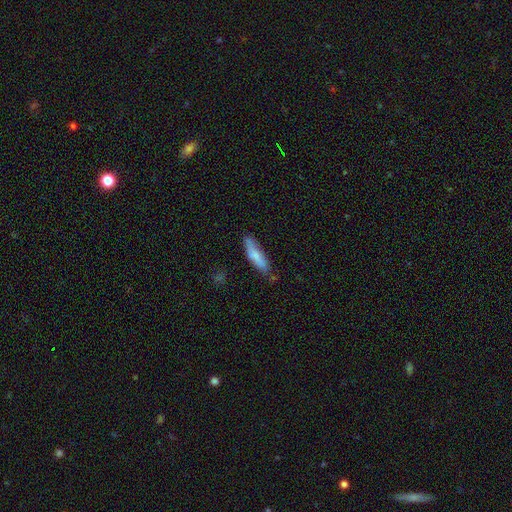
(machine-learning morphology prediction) Smooth or featured?
  - smooth: 77% *
  - featured or disk: 17%
  - star or artifact: 6%
How rounded?
  - cigar-shaped: 72% *
  - in between: 27%
  - round: 2%
Merging?
  - none: 72% *
  - minor disturbance: 20%
  - major disturbance: 4%
  - merger: 3%